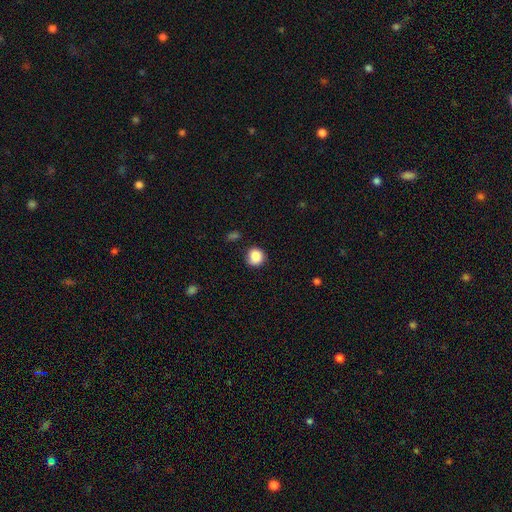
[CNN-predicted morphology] Smooth or featured: smooth — 87% (star or artifact — 9%)
How rounded: round — 87% (in between — 12%)
Merging: none — 77% (minor disturbance — 16%)